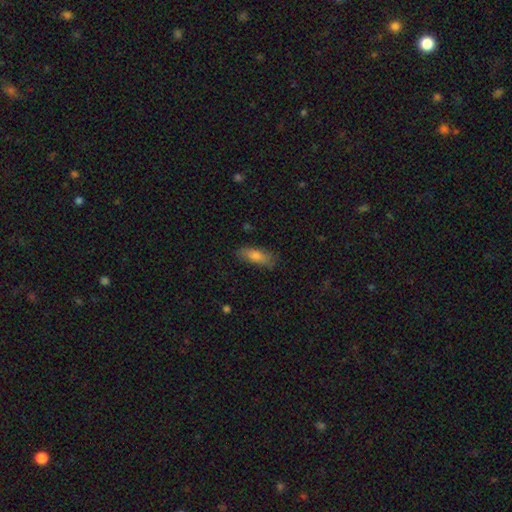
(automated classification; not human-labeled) Q: Smooth or featured?
A: smooth (78%); runner-up: featured or disk (15%)
Q: How rounded?
A: in between (63%); runner-up: cigar-shaped (35%)
Q: Merging?
A: none (79%); runner-up: minor disturbance (16%)